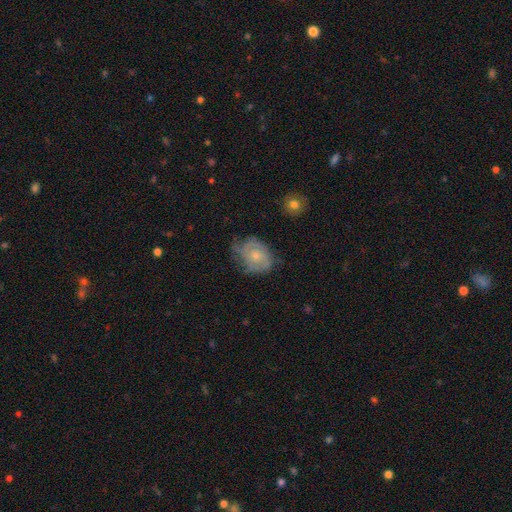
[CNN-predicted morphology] type=featured or disk (62%); edge-on=no (97%); bar=no (78%); spiral arms=yes (84%); winding=tight (50%); arm count=can't tell (37%); bulge=small (52%); merging=none (54%).